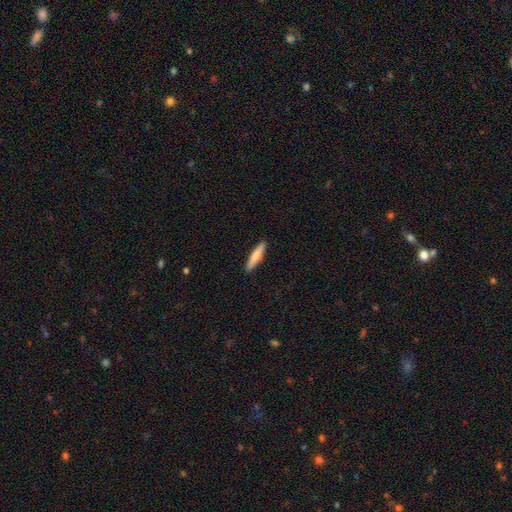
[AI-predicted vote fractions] Smooth or featured?
  - smooth: 72% *
  - featured or disk: 22%
  - star or artifact: 5%
How rounded?
  - cigar-shaped: 90% *
  - in between: 9%
  - round: 1%
Merging?
  - none: 91% *
  - minor disturbance: 6%
  - major disturbance: 1%
  - merger: 1%